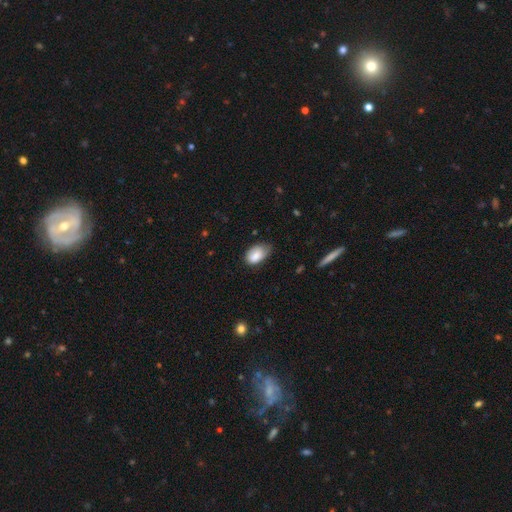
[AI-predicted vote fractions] Morphology: type=smooth (83%); roundness=in between (91%); merging=none (47%).